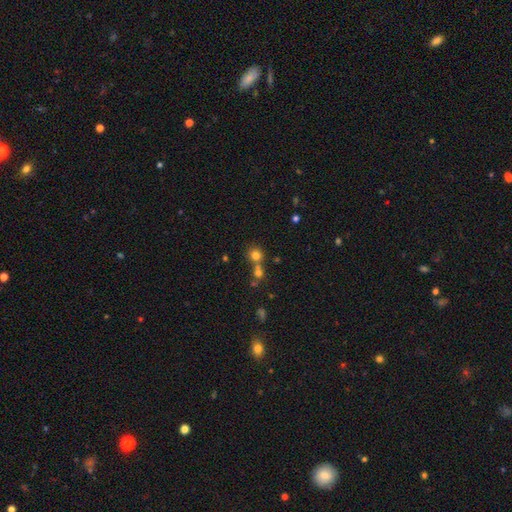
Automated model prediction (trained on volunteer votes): Smooth or featured? Predicted: smooth (p=0.74). How rounded? Predicted: round (p=0.90). Merging? Predicted: none (p=0.53).